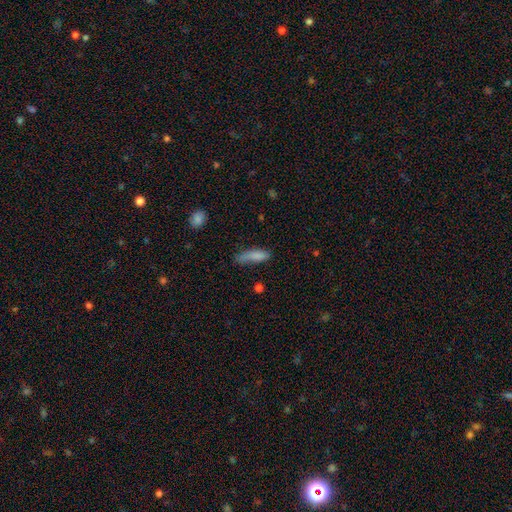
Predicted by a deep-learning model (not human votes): Overall: smooth (81%). How rounded: cigar-shaped (53%; in between 45%). Merging: none (47%; minor disturbance 34%).